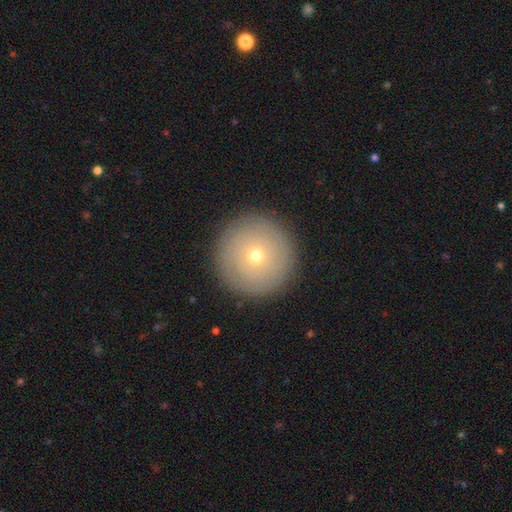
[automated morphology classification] smooth-or-featured: smooth: 57% | featured or disk: 33% | star or artifact: 10%
  how-rounded: round: 96% | in between: 3% | cigar-shaped: 1%
  merging: none: 90% | minor disturbance: 6% | major disturbance: 2% | merger: 1%